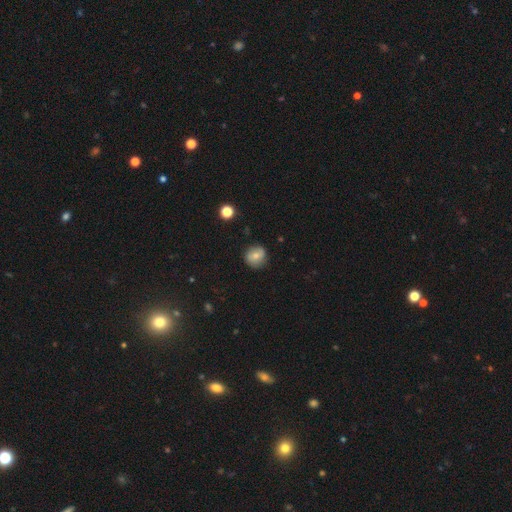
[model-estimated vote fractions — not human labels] smooth 68%, featured or disk 22%, star or artifact 10%. Down the decision tree: how rounded — round (88%); merging — none (84%).